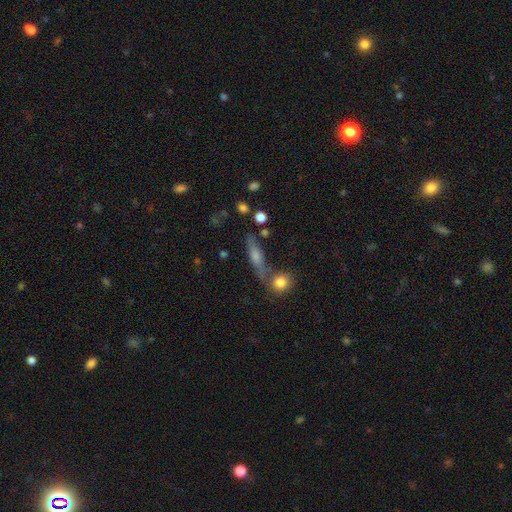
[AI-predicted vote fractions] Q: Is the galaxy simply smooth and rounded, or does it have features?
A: featured or disk — 46%.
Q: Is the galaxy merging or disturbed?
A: none — 67%.